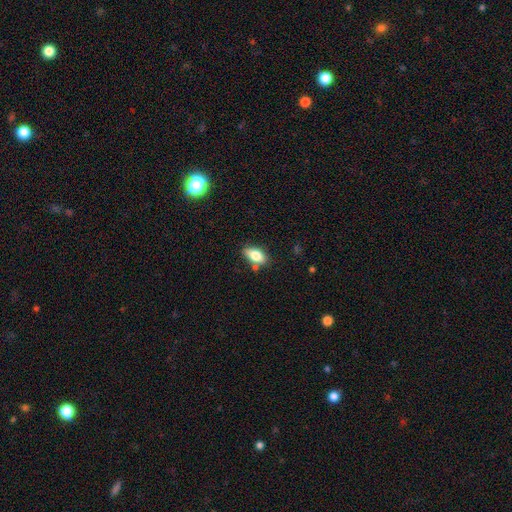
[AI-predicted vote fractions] Morphology: type=smooth (79%); roundness=in between (88%); merging=none (73%).